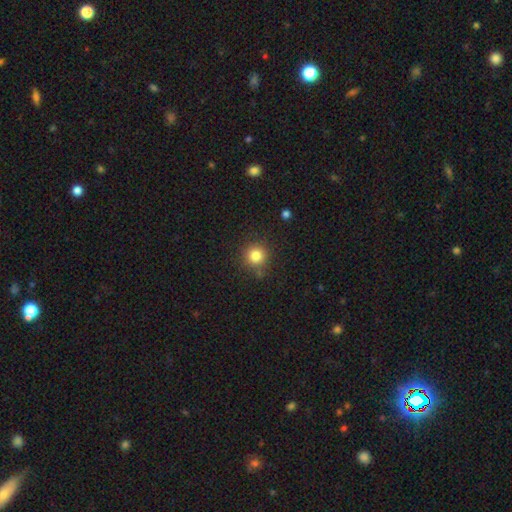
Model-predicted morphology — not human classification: type=smooth (82%); roundness=round (94%); merging=none (83%).